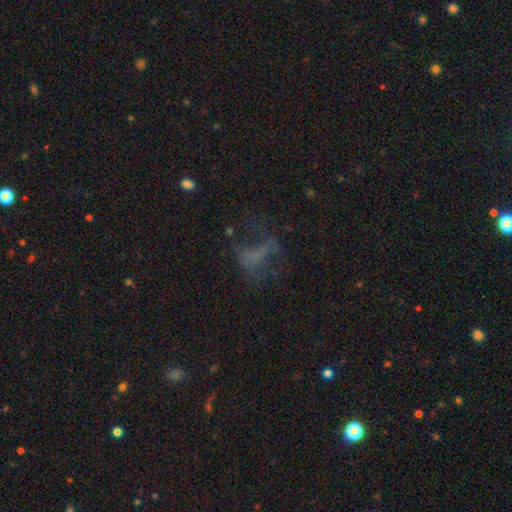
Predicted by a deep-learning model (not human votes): Smooth or featured? Predicted: featured or disk (p=0.38). Merging? Predicted: major disturbance (p=0.42).